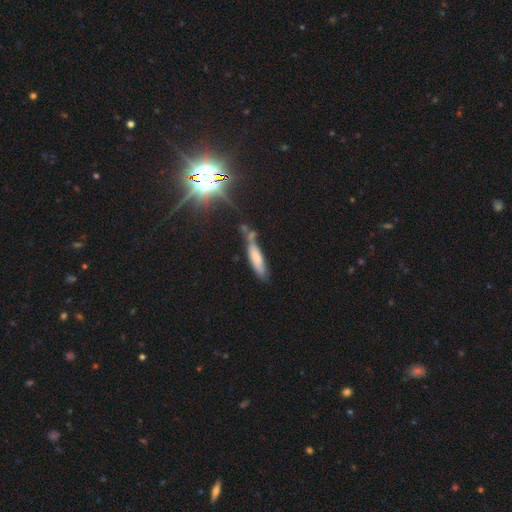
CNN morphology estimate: This is likely a smooth galaxy (65%). How rounded: likely cigar-shaped (74%). Merging: possibly none (50%).